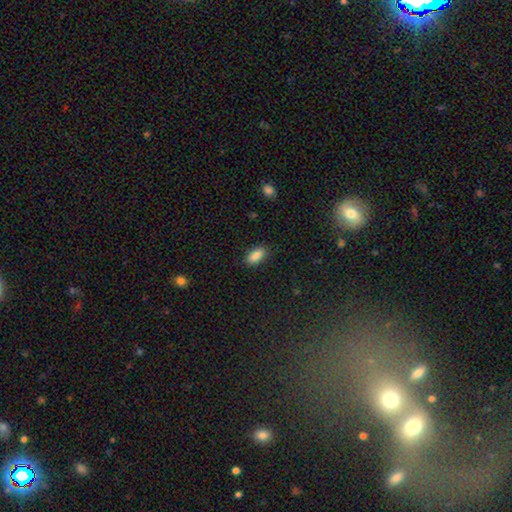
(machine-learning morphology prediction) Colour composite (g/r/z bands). It shows a smooth galaxy with no disk features (88%) that is in between round and cigar-shaped (90%). Merging: none (87%).